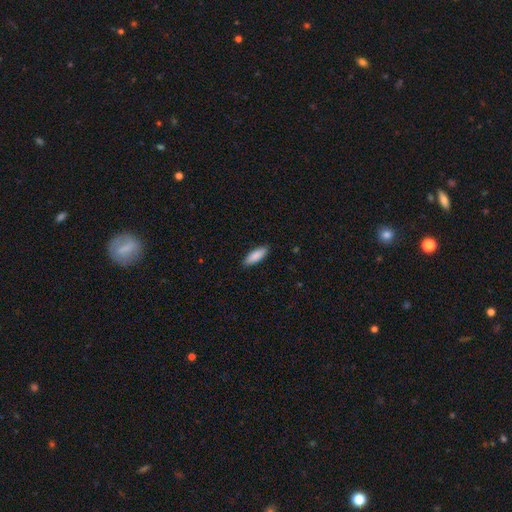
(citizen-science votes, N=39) Smooth or featured? 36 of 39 (92%) said smooth. How rounded? 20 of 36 (56%) said in between. Merging? 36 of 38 (95%) said none.